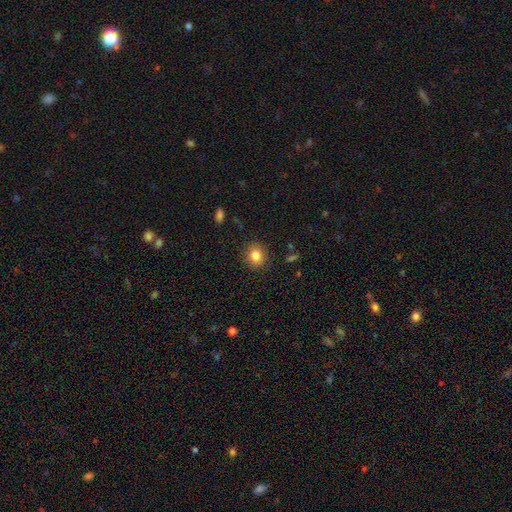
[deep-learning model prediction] Smooth or featured: smooth — 83% (star or artifact — 10%)
How rounded: round — 78% (in between — 21%)
Merging: none — 89% (minor disturbance — 8%)